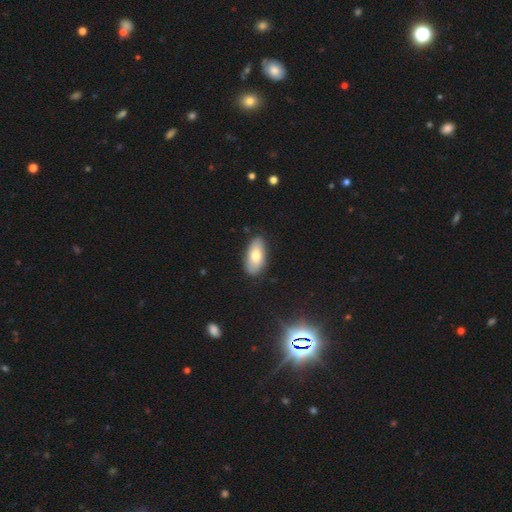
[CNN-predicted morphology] A smooth galaxy with no disk features (74%) that is in between round and cigar-shaped (91%).

Vote fractions:
- Smooth or featured? smooth: 74% / featured or disk: 19% / star or artifact: 7%
- How rounded? in between: 91% / cigar-shaped: 6% / round: 3%
- Merging? none: 83% / minor disturbance: 14% / major disturbance: 2% / merger: 1%